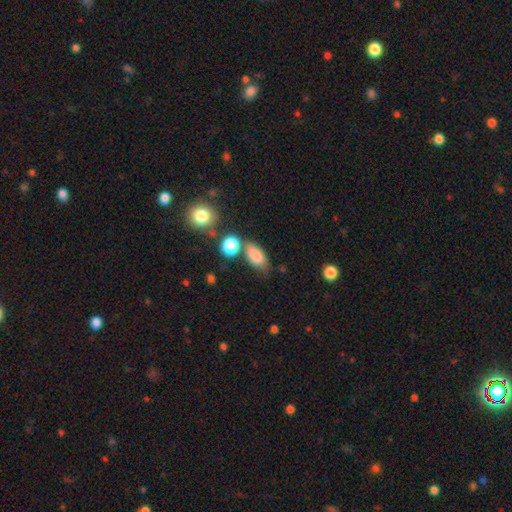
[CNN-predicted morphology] Q: Smooth or featured?
A: smooth (82%); runner-up: star or artifact (9%)
Q: How rounded?
A: in between (86%); runner-up: round (9%)
Q: Merging?
A: none (60%); runner-up: minor disturbance (18%)